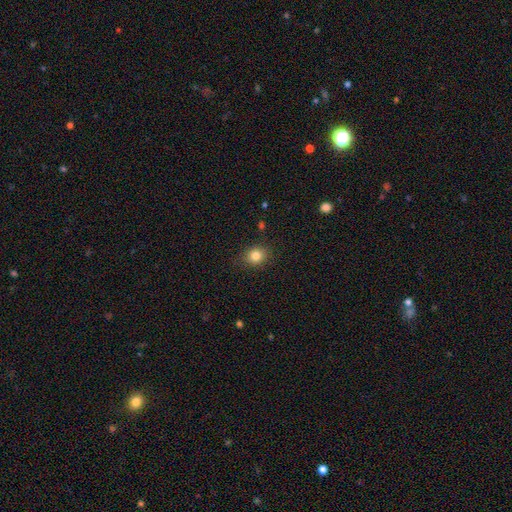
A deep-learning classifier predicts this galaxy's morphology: Q: Smooth or featured?
A: smooth (83%); runner-up: star or artifact (11%)
Q: How rounded?
A: round (60%); runner-up: in between (40%)
Q: Merging?
A: none (86%); runner-up: minor disturbance (10%)